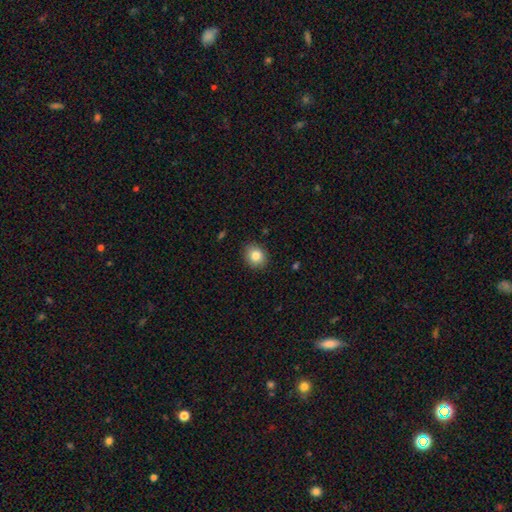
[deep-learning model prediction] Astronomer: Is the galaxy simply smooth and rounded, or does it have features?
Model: smooth — 84%.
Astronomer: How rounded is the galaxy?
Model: round — 62% (runner-up: in between, 37%).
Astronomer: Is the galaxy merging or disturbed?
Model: none — 89%.